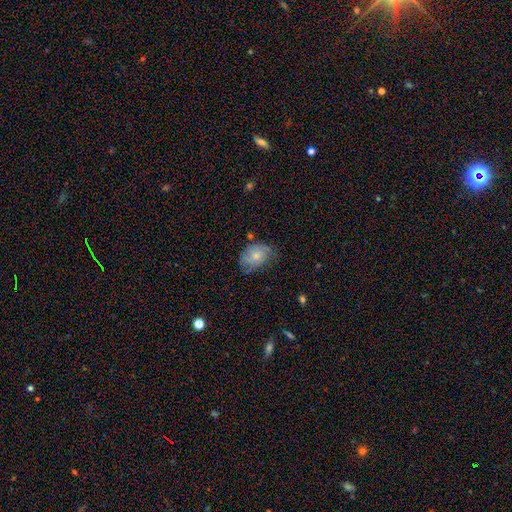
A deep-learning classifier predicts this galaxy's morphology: This is possibly a smooth galaxy (59%). How rounded: likely in between (69%). Merging: possibly none (60%).